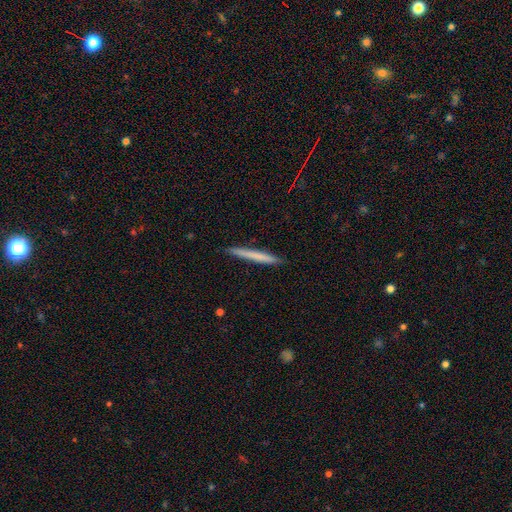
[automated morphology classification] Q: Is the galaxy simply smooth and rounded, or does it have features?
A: smooth — 67%.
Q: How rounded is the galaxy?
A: cigar-shaped — 97%.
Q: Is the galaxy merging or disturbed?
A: none — 91%.